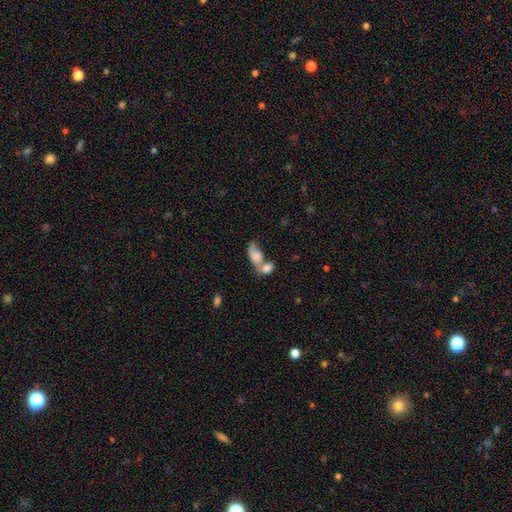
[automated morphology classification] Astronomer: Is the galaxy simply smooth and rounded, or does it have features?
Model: smooth — 70%.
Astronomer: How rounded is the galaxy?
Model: in between — 84%.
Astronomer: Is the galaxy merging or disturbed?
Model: merger — 66%.